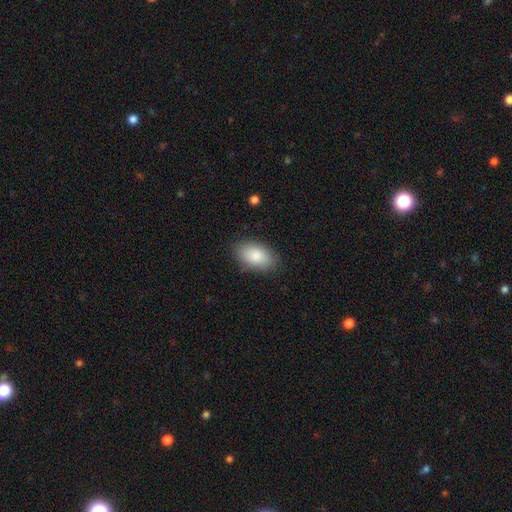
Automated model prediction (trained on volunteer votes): This is clearly a smooth galaxy (87%). How rounded: clearly in between (93%). Merging: clearly none (85%).